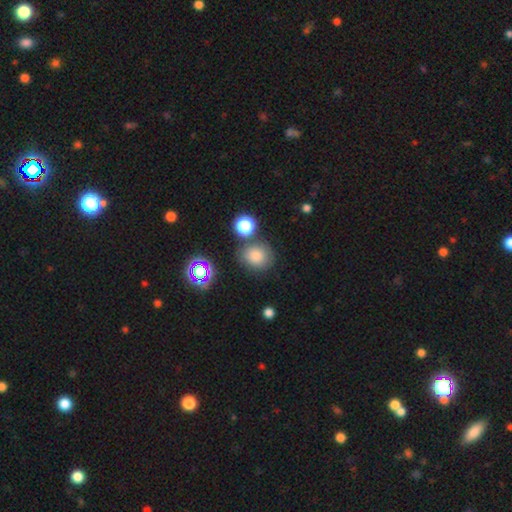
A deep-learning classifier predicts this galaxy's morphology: The model was most divided on "merging": none: 71%, minor disturbance: 13%, merger: 12%, major disturbance: 4%. More confident: how rounded — round (79%); smooth or featured — smooth (78%).